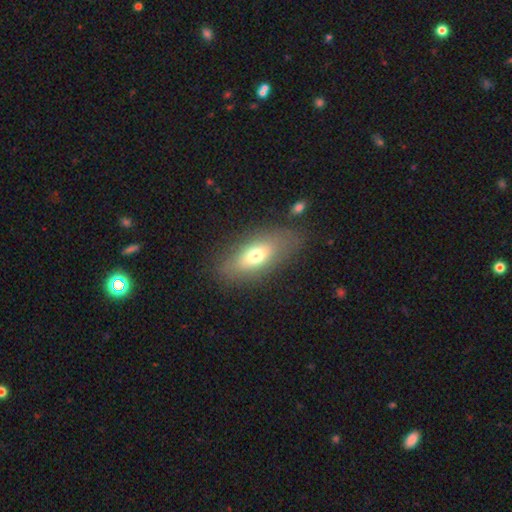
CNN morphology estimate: Smooth or featured: smooth — 65% (featured or disk — 26%)
How rounded: in between — 80% (cigar-shaped — 13%)
Merging: none — 78% (minor disturbance — 13%)